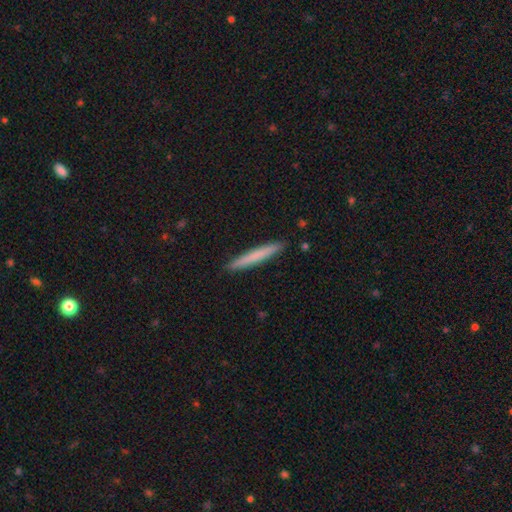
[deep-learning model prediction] Smooth or featured? smooth (72%)
How rounded? cigar-shaped (97%)
Merging? none (92%)